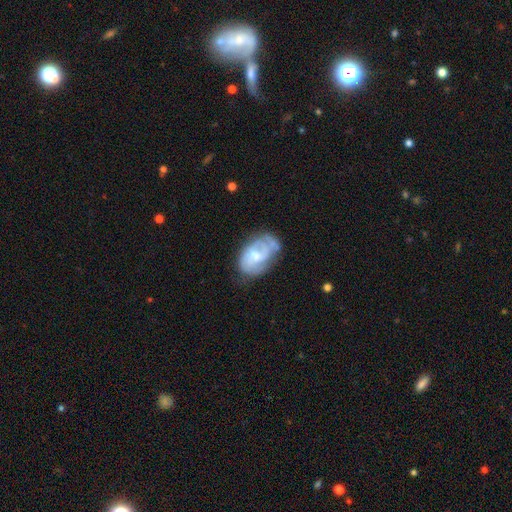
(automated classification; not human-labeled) Overall: featured or disk (62%; smooth 31%). Edge-on disk: no (97%). Bar: no (54%; weak 39%). Spiral arms: yes (73%). Bulge size: small (43%; moderate 39%). Merging: none (51%; minor disturbance 30%).